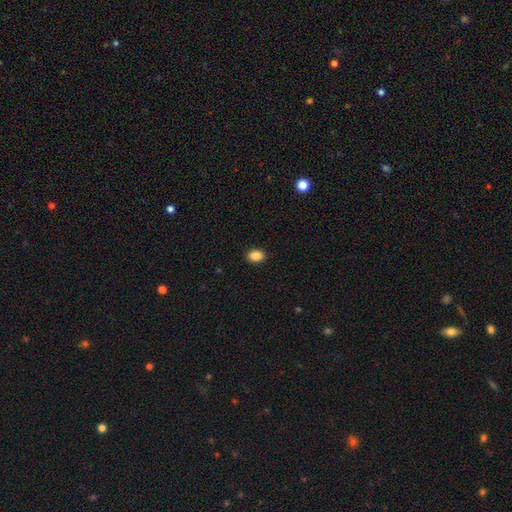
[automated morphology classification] This is clearly a smooth galaxy (88%). How rounded: likely in between (74%). Merging: clearly none (91%).